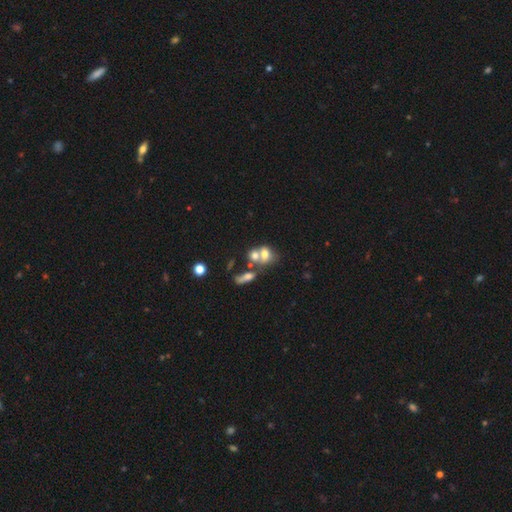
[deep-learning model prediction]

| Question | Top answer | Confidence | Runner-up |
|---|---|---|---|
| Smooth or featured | smooth | 64% | featured or disk (24%) |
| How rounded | in between | 53% | round (44%) |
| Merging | merger | 57% | none (27%) |